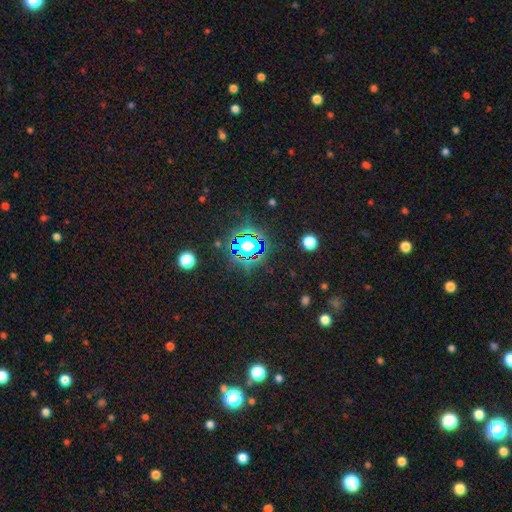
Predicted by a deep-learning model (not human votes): Overall: star or artifact (73%).